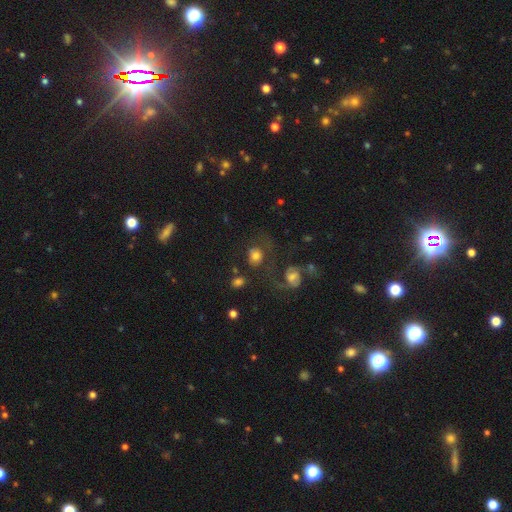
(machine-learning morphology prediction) Smooth or featured? Predicted: smooth (p=0.61). How rounded? Predicted: round (p=0.59). Merging? Predicted: none (p=0.46).